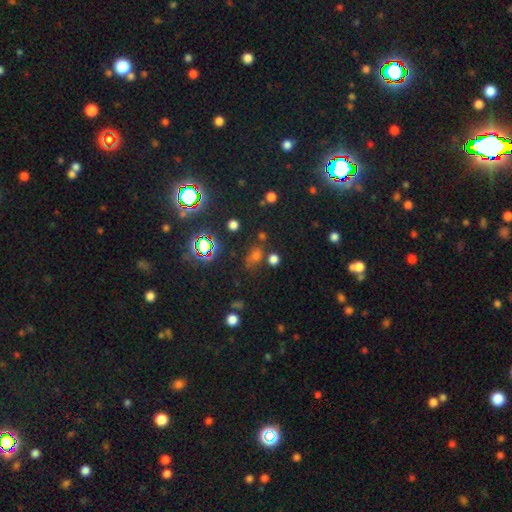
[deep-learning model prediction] Smooth or featured? Predicted: smooth (p=0.47). Merging? Predicted: none (p=0.68).